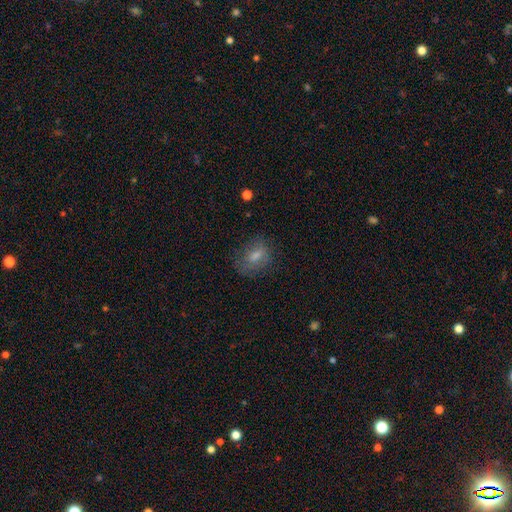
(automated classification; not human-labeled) Smooth or featured? Predicted: smooth (p=0.64). How rounded? Predicted: in between (p=0.59). Merging? Predicted: none (p=0.71).